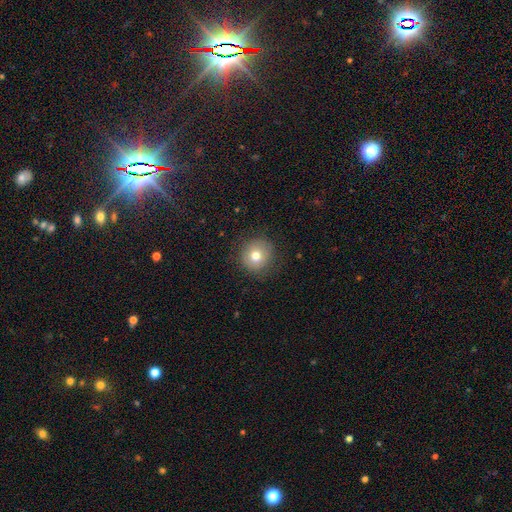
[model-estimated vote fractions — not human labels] The model was most divided on "smooth or featured": smooth: 74%, featured or disk: 14%, star or artifact: 11%. More confident: how rounded — round (91%); merging — none (85%).